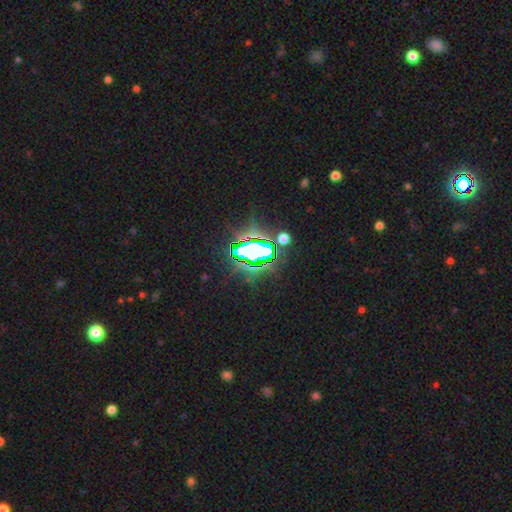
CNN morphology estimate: star or artifact 75%, smooth 14%, featured or disk 11%.